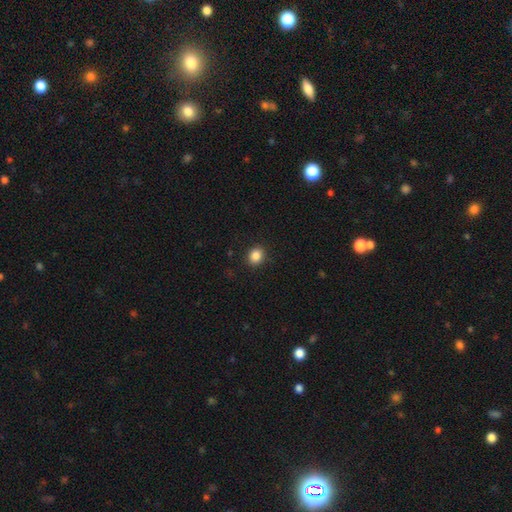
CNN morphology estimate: smooth 86%, star or artifact 10%, featured or disk 4%. Down the decision tree: how rounded — round (69%); merging — none (90%).